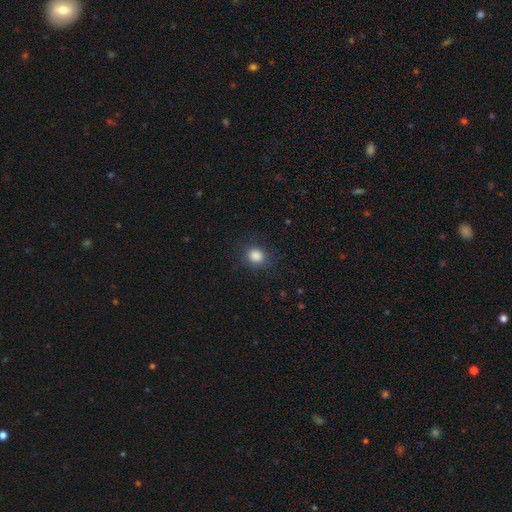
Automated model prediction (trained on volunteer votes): Smooth or featured? Predicted: smooth (p=0.85). How rounded? Predicted: round (p=0.69). Merging? Predicted: none (p=0.83).